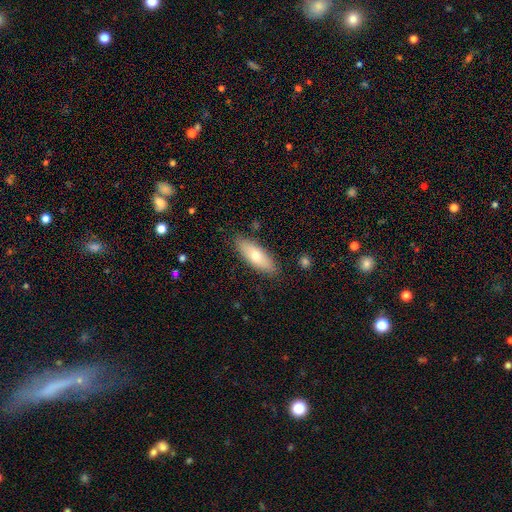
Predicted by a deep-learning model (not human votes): Overall: smooth (69%). How rounded: in between (65%; cigar-shaped 32%). Merging: none (86%).